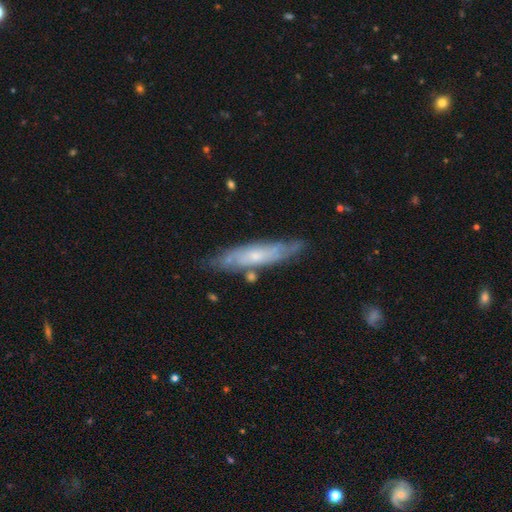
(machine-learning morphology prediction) The model was most divided on "edge-on disk": no: 52%, yes: 48%. More confident: merging — none (73%); smooth or featured — featured or disk (60%).